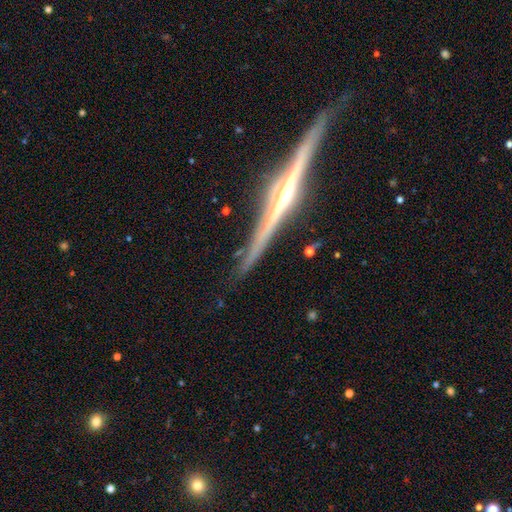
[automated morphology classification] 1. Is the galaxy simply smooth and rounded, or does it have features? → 87% featured or disk, 7% smooth, 6% star or artifact.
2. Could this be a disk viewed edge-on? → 98% yes, 2% no.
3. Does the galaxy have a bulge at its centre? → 80% rounded, 12% none, 8% boxy.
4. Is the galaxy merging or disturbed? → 86% none, 10% minor disturbance, 2% major disturbance, 2% merger.